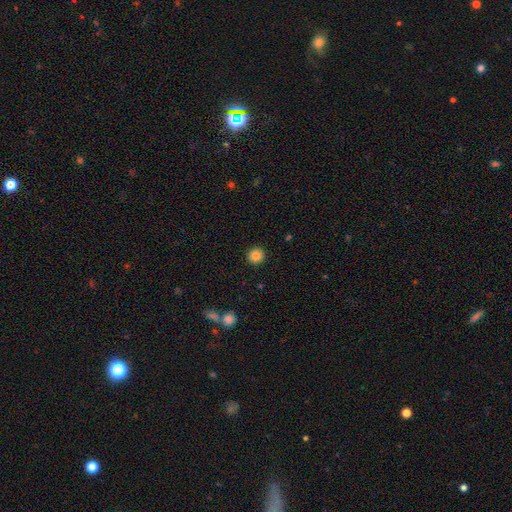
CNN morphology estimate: This appears to be a smooth galaxy with no disk features (85%) that is round (95%). Merging: none (93%).